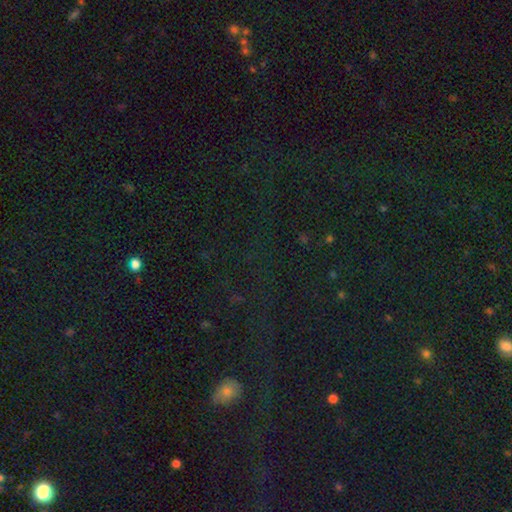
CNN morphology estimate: Smooth or featured: star or artifact — 76% (smooth — 16%)